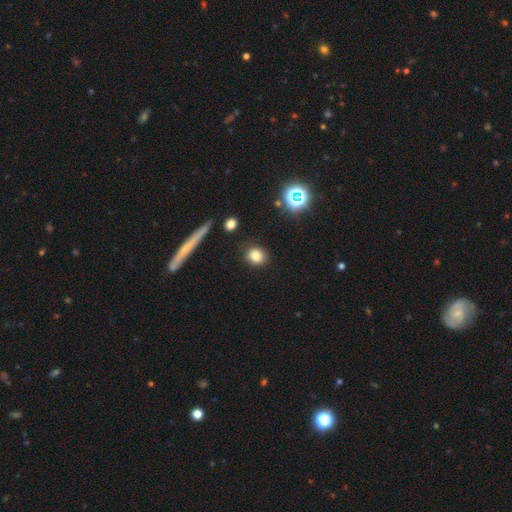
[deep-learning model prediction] Smooth or featured? smooth (81%)
How rounded? round (74%)
Merging? none (86%)